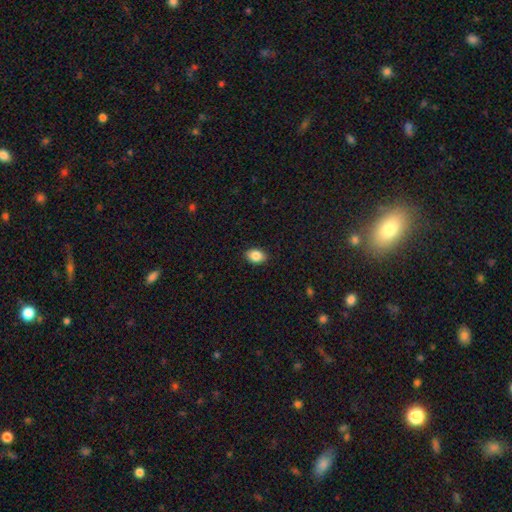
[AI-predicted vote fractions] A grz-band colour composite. It shows a smooth galaxy with no disk features (86%) that is in between round and cigar-shaped (74%). Merging: none (89%).